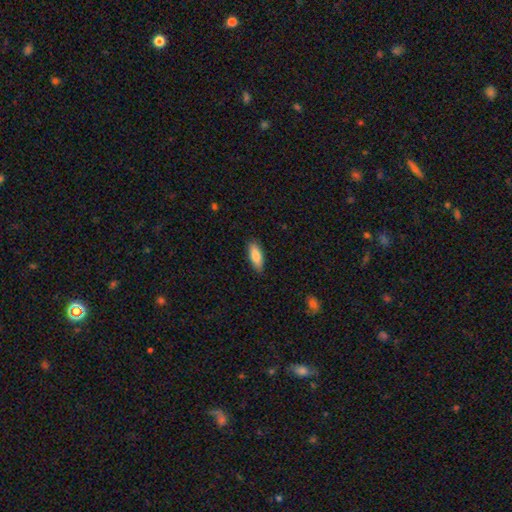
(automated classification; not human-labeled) smooth 83%, featured or disk 11%, star or artifact 6%. Down the decision tree: how rounded — in between (68%); merging — none (86%).